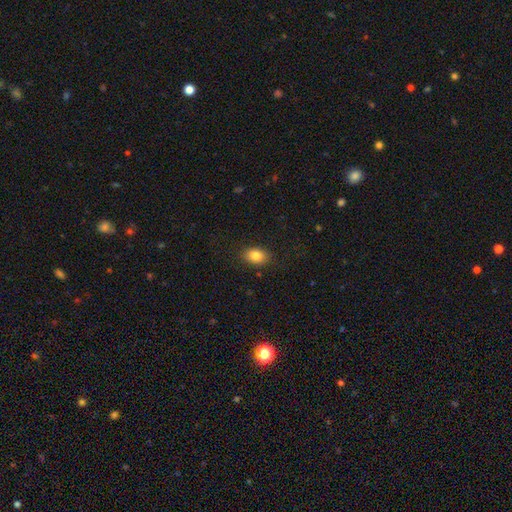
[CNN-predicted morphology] smooth-or-featured: smooth: 83% | star or artifact: 9% | featured or disk: 8%
  how-rounded: in between: 75% | round: 24% | cigar-shaped: 1%
  merging: none: 87% | minor disturbance: 10% | major disturbance: 2% | merger: 1%